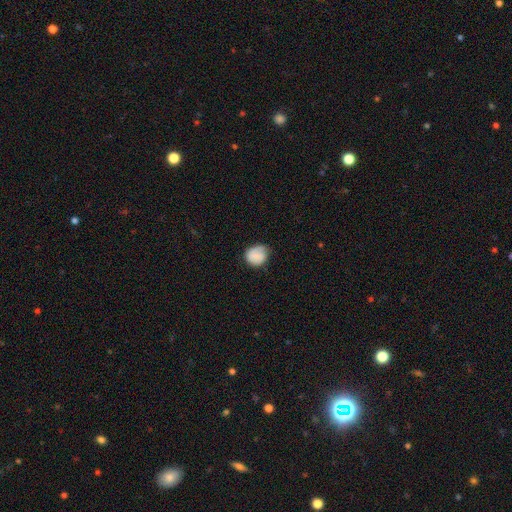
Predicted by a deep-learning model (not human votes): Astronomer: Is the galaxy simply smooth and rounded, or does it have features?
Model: smooth — 77%.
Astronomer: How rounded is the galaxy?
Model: round — 68%.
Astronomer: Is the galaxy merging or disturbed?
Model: none — 58%.